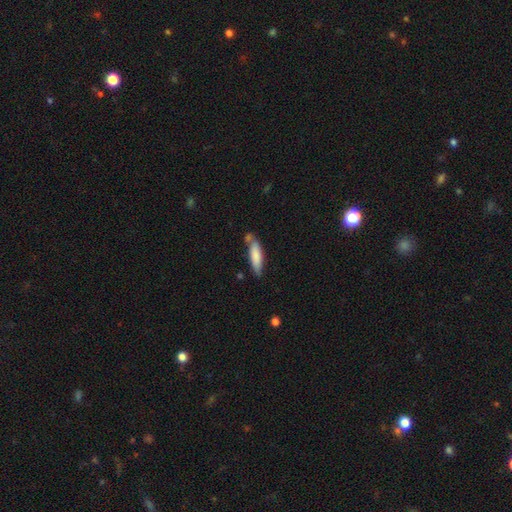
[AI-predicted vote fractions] Overall: smooth (79%). How rounded: cigar-shaped (70%). Merging: none (63%).